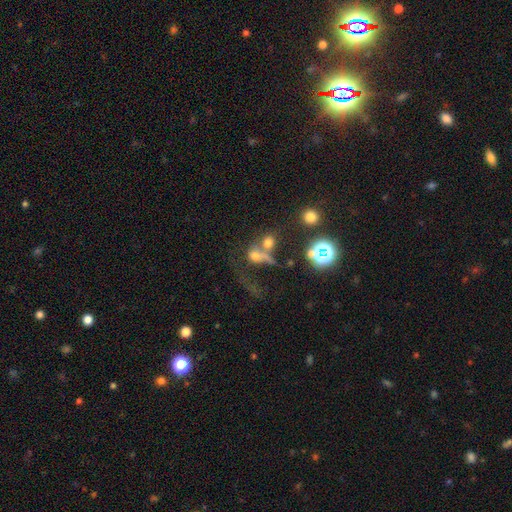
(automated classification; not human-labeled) The model was most divided on "how rounded": round: 56%, in between: 40%, cigar-shaped: 4%. More confident: smooth or featured — smooth (55%); merging — merger (52%).